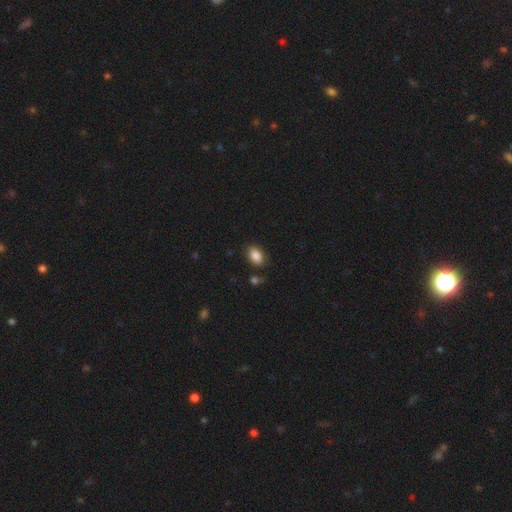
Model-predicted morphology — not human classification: smooth-or-featured: smooth: 86% | star or artifact: 8% | featured or disk: 5%
  how-rounded: in between: 85% | round: 13% | cigar-shaped: 1%
  merging: none: 81% | minor disturbance: 13% | major disturbance: 3% | merger: 3%